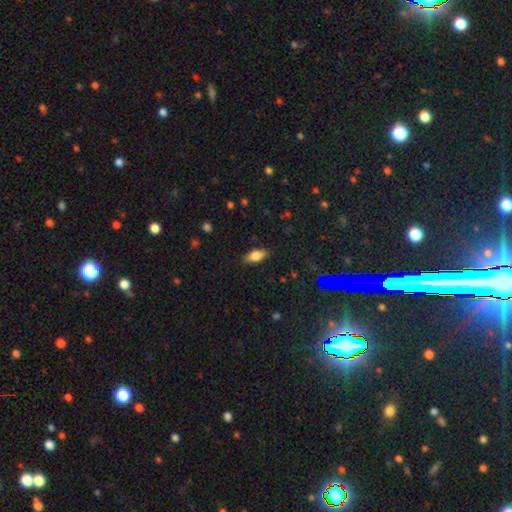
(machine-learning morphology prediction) This appears to be a smooth galaxy with no disk features (76%) that is in between round and cigar-shaped (82%). Merging: none (86%).